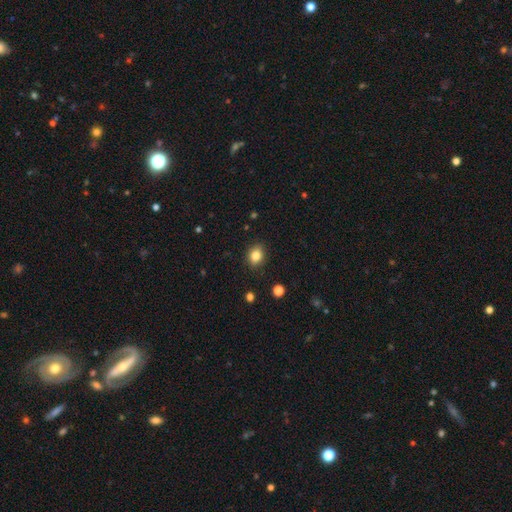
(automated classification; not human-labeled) A smooth galaxy with no disk features (84%) that is round (55%). Merging: none (88%).